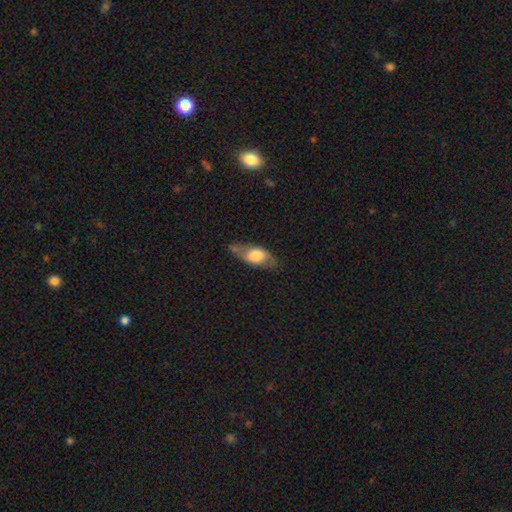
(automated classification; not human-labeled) smooth-or-featured: smooth: 51% | featured or disk: 43% | star or artifact: 7%
  how-rounded: in between: 79% | cigar-shaped: 13% | round: 9%
  merging: none: 64% | minor disturbance: 24% | major disturbance: 10% | merger: 3%